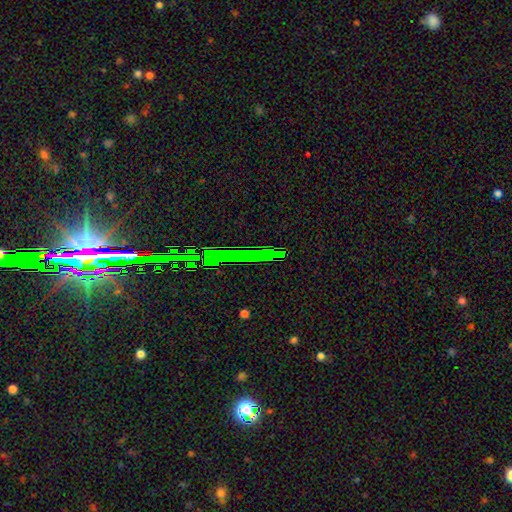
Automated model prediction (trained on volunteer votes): smooth-or-featured: star or artifact: 74% | featured or disk: 15% | smooth: 11%